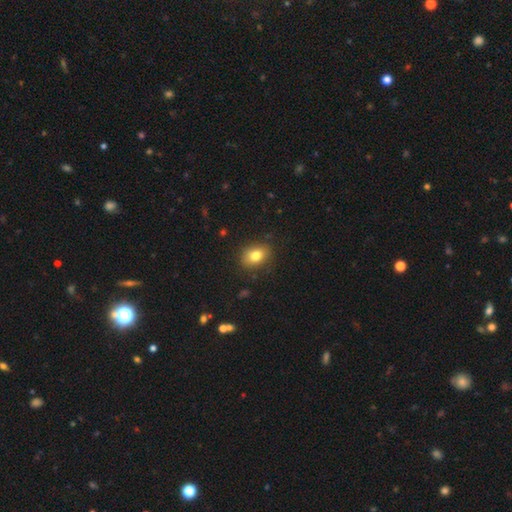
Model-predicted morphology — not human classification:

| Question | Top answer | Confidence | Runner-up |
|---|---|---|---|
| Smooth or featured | smooth | 80% | featured or disk (10%) |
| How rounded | in between | 68% | round (31%) |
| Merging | none | 84% | minor disturbance (12%) |